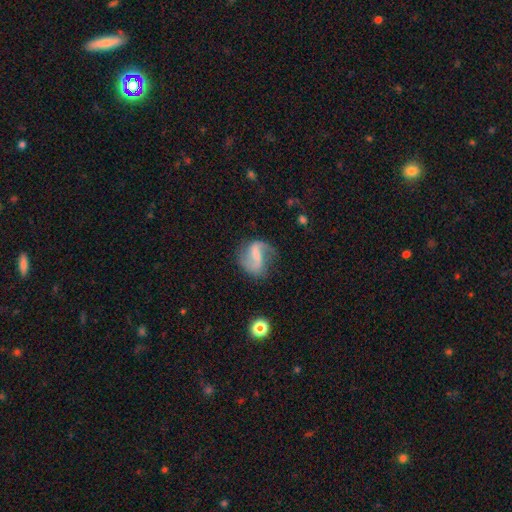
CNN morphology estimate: Smooth or featured?
  - featured or disk: 79% *
  - smooth: 14%
  - star or artifact: 7%
Edge-on disk?
  - no: 98% *
  - yes: 2%
Bar?
  - weak: 45% *
  - strong: 32%
  - no: 23%
Spiral arms?
  - yes: 93% *
  - no: 7%
Spiral winding?
  - loose: 66% *
  - medium: 27%
  - tight: 7%
Spiral arm count?
  - 2: 89% *
  - 1: 5%
  - can't tell: 3%
  - 3: 1%
  - 4: 1%
  - more than 4: 1%
Bulge size?
  - small: 45% *
  - none: 29%
  - moderate: 21%
  - large: 3%
  - dominant: 1%
Merging?
  - none: 67% *
  - minor disturbance: 19%
  - major disturbance: 11%
  - merger: 2%